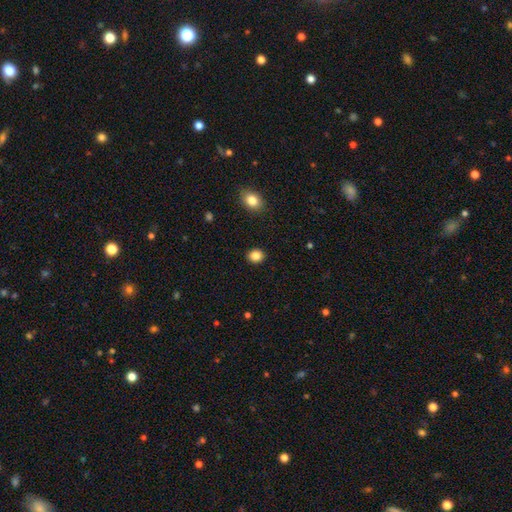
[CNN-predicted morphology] This is clearly a smooth galaxy (85%). How rounded: likely round (65%). Merging: clearly none (91%).